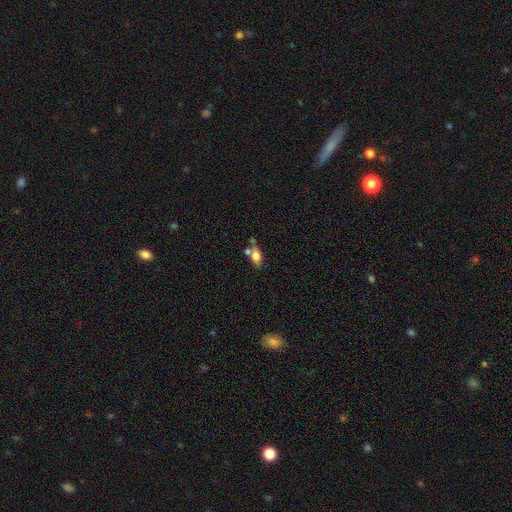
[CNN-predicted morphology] A smooth galaxy with no disk features (72%) that is in between round and cigar-shaped (84%). Merging: none (44%).